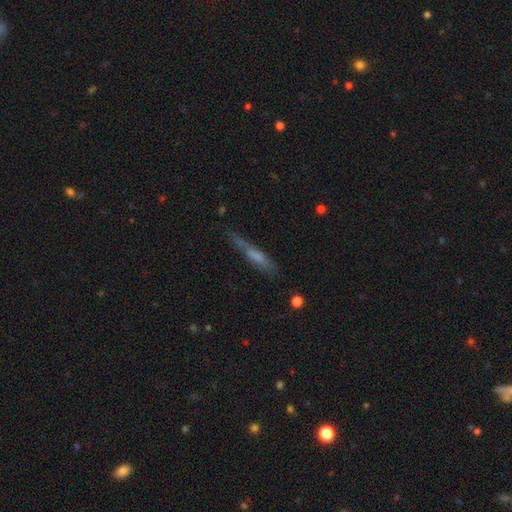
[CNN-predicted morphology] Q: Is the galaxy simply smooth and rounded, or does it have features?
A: smooth — 52%.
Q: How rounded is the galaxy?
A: cigar-shaped — 89%.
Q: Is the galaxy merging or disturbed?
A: none — 58%.